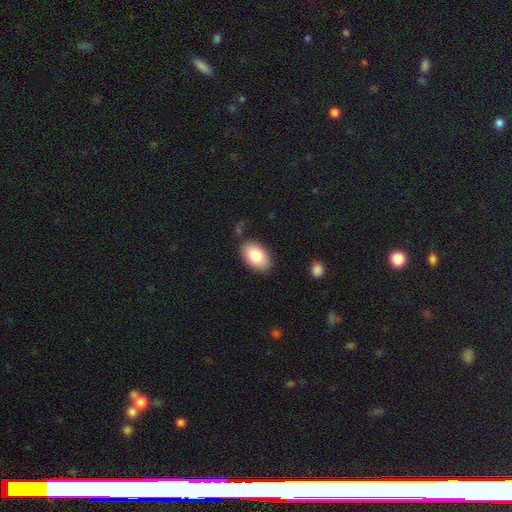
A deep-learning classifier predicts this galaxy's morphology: The model was most divided on "smooth or featured": smooth: 82%, featured or disk: 12%, star or artifact: 6%. More confident: how rounded — in between (92%); merging — none (84%).